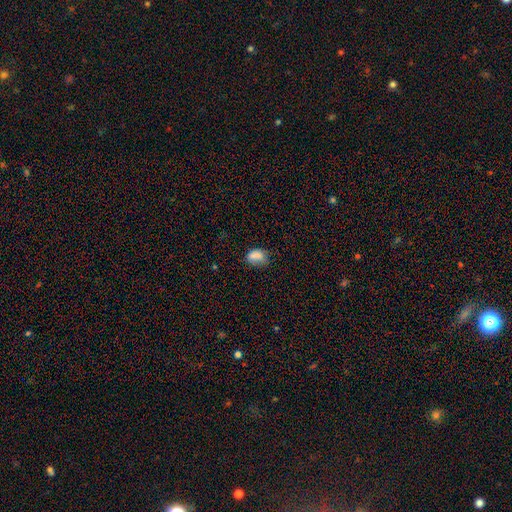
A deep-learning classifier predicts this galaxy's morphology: Overall: smooth (80%). How rounded: in between (73%). Merging: none (49%; minor disturbance 31%).